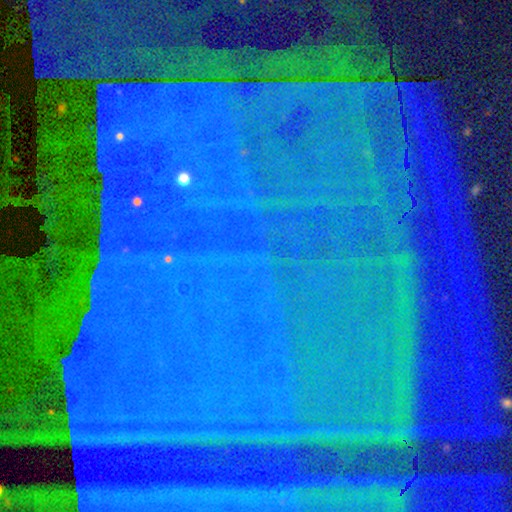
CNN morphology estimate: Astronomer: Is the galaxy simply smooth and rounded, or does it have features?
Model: star or artifact — 86%.